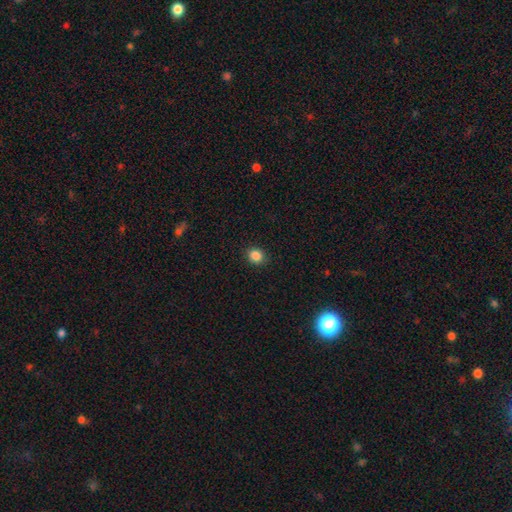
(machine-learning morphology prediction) Overall: smooth (86%). How rounded: round (75%). Merging: none (90%).